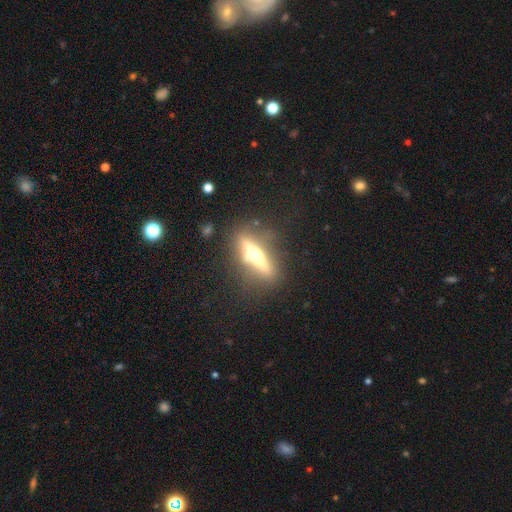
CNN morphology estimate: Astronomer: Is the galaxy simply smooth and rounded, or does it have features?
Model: featured or disk — 73%.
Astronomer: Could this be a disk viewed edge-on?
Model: yes — 92%.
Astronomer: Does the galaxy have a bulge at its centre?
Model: rounded — 93%.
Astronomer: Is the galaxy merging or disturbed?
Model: none — 82%.